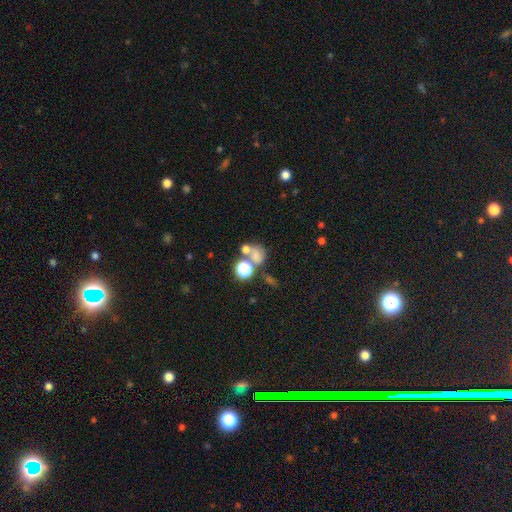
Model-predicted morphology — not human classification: Smooth or featured? Predicted: smooth (p=0.63). How rounded? Predicted: round (p=0.62). Merging? Predicted: merger (p=0.42).